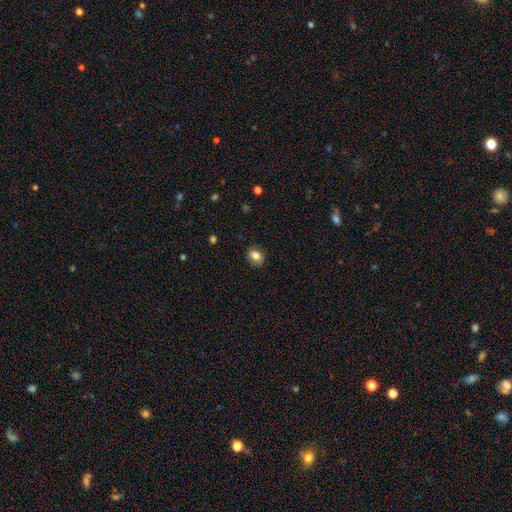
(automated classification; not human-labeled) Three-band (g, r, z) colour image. It shows a smooth galaxy with no disk features (81%) that is in between round and cigar-shaped (58%). Merging: none (85%).